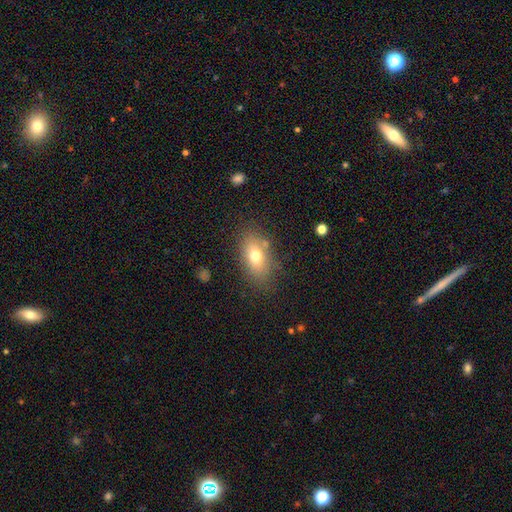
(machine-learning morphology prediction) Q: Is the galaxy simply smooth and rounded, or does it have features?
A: smooth — 72%.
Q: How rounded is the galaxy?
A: in between — 85%.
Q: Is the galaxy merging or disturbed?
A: none — 76%.